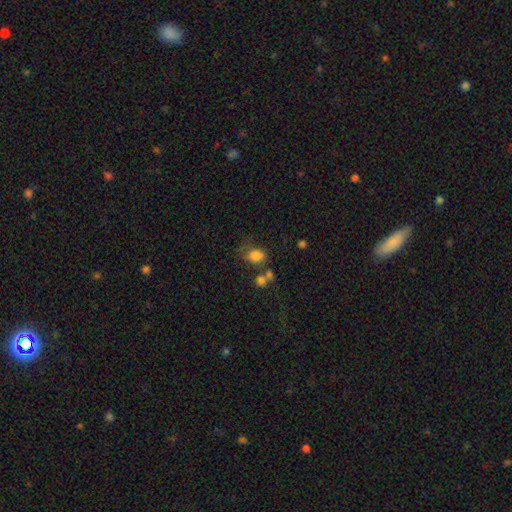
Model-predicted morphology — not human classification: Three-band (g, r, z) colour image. It shows a smooth galaxy with no disk features (80%) that is in between round and cigar-shaped (66%). Merging: none (44%).